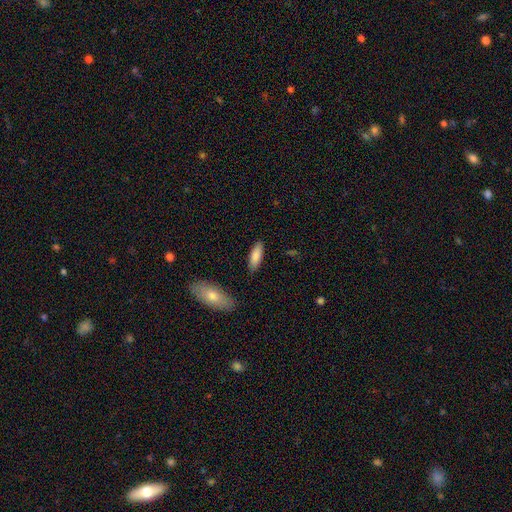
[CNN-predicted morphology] smooth_or_featured: smooth (p=0.84) [alt: featured or disk p=0.10]
how_rounded: in between (p=0.63) [alt: cigar-shaped p=0.35]
merging: none (p=0.86) [alt: minor disturbance p=0.10]